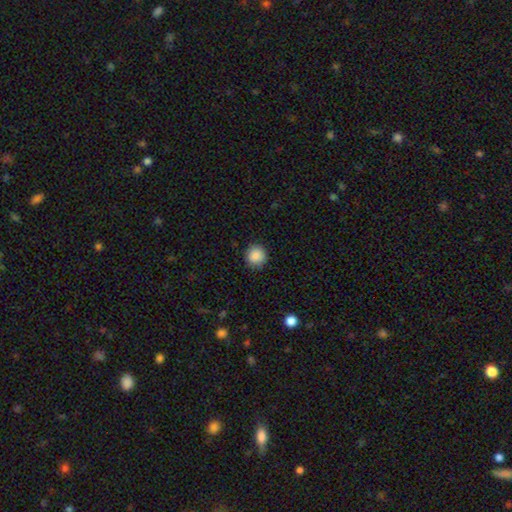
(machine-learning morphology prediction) Smooth or featured?
  - smooth: 88% *
  - star or artifact: 9%
  - featured or disk: 3%
How rounded?
  - round: 93% *
  - in between: 6%
  - cigar-shaped: 1%
Merging?
  - none: 89% *
  - minor disturbance: 8%
  - major disturbance: 2%
  - merger: 1%